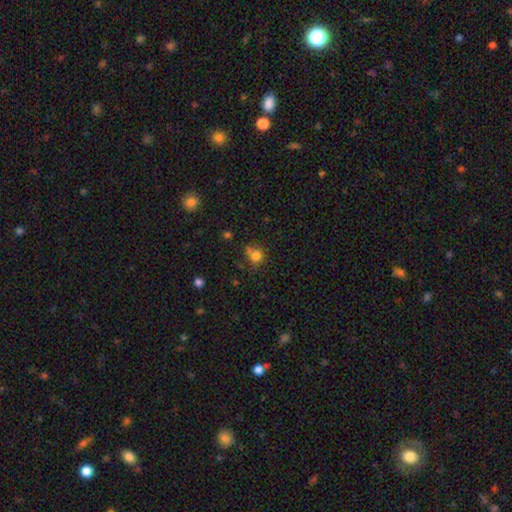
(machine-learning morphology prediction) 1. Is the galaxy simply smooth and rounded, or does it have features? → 76% smooth, 16% star or artifact, 9% featured or disk.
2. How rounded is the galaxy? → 80% round, 19% in between, 1% cigar-shaped.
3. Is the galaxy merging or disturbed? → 57% none, 18% merger, 18% minor disturbance, 7% major disturbance.